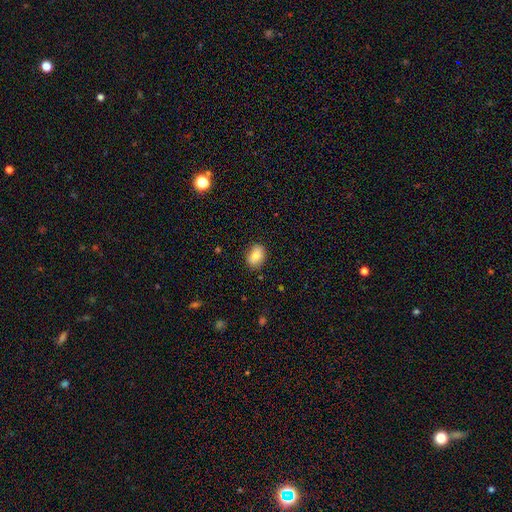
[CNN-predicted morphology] Smooth or featured: smooth — 76% (featured or disk — 15%)
How rounded: in between — 70% (round — 28%)
Merging: none — 85% (minor disturbance — 11%)